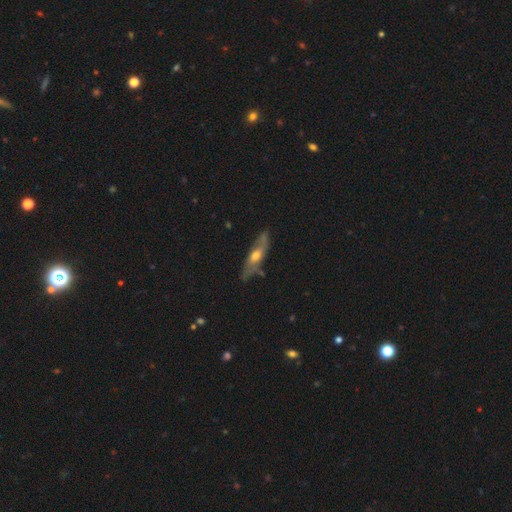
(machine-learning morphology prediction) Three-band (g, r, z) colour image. It shows a featured or disk galaxy (63%). Merging: none (68%).